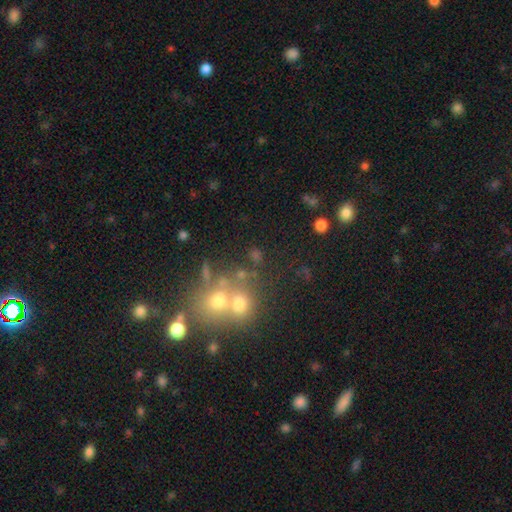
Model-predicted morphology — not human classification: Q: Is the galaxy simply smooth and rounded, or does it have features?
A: smooth — 55%.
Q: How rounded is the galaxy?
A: round — 68%.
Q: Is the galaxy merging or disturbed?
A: none — 48%.